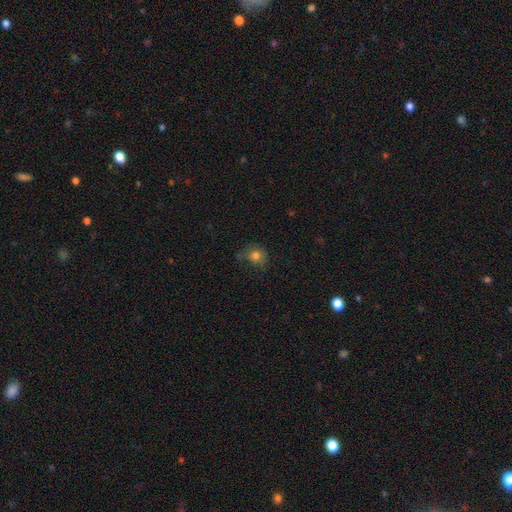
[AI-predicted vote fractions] Smooth or featured: smooth — 77% (star or artifact — 12%)
How rounded: round — 70% (in between — 29%)
Merging: none — 57% (minor disturbance — 28%)